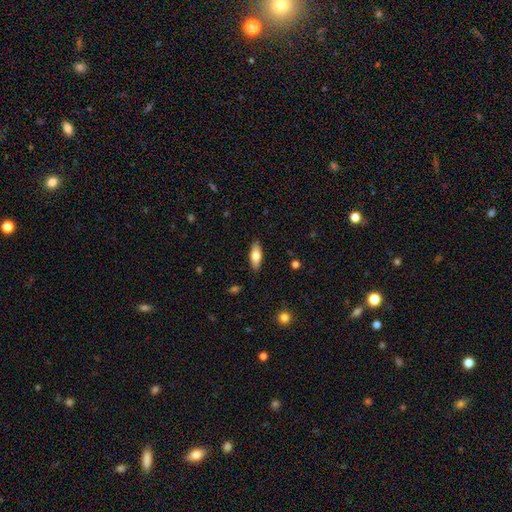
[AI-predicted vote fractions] Morphology: type=smooth (72%); roundness=in between (68%); merging=none (88%).